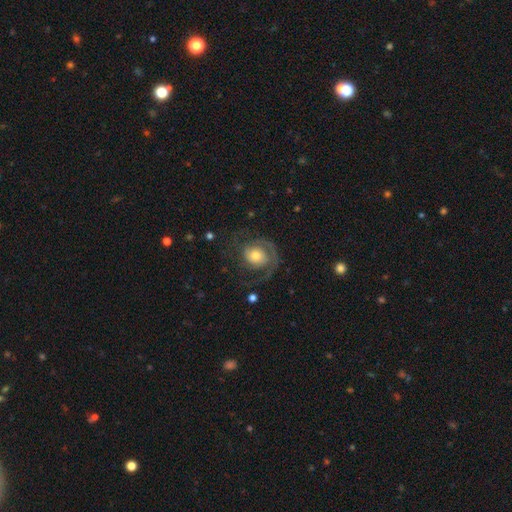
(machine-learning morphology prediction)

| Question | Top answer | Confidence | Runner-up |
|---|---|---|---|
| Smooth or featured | featured or disk | 76% | smooth (18%) |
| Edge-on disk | no | 98% | yes (2%) |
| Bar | no | 74% | weak (22%) |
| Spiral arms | yes | 92% | no (8%) |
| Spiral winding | medium | 41% | tight (38%) |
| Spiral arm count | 2 | 45% | 1 (38%) |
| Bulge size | moderate | 58% | small (24%) |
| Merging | none | 60% | major disturbance (22%) |